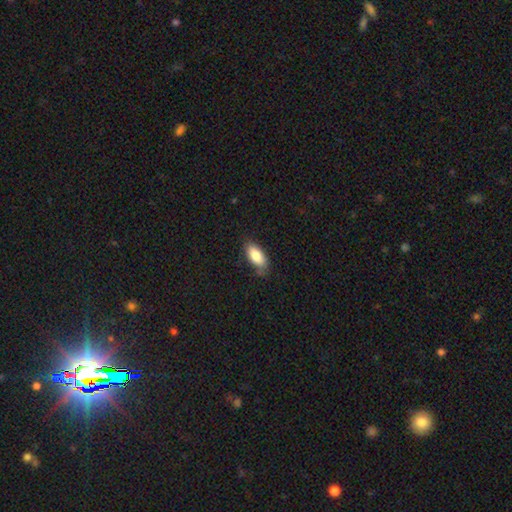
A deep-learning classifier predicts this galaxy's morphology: The model was most divided on "merging": none: 75%, minor disturbance: 20%, major disturbance: 4%, merger: 2%. More confident: how rounded — in between (87%); smooth or featured — smooth (83%).